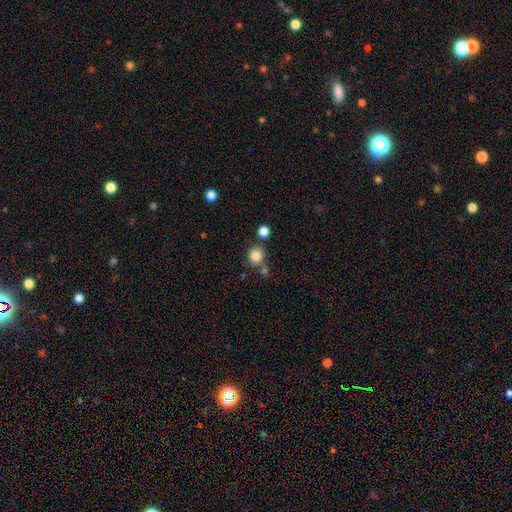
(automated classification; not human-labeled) A smooth galaxy with no disk features (84%) that is round (86%). Merging: none (73%).